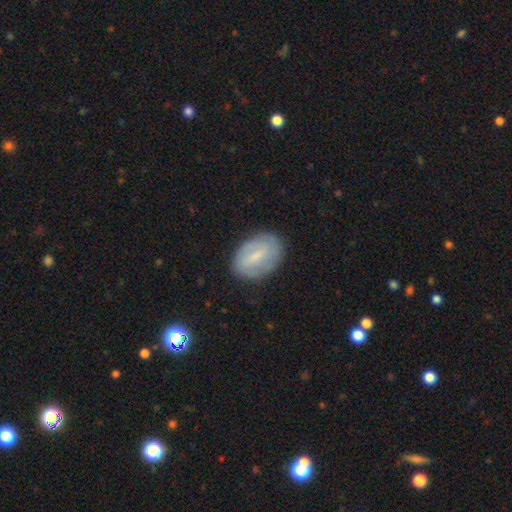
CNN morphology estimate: A smooth galaxy with no disk features (48%). Merging: none (80%).